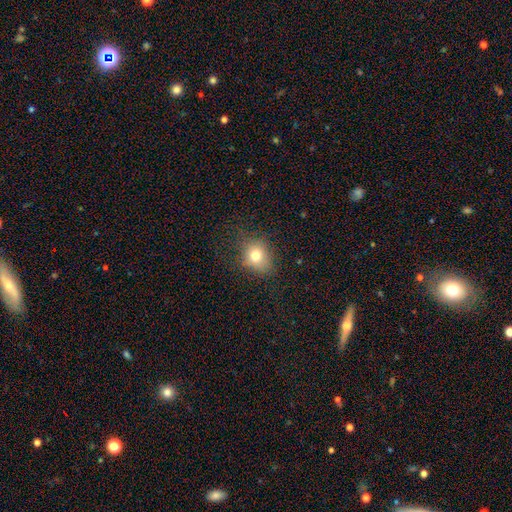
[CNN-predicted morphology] Overall: smooth (73%). How rounded: round (60%; in between 39%). Merging: none (68%).